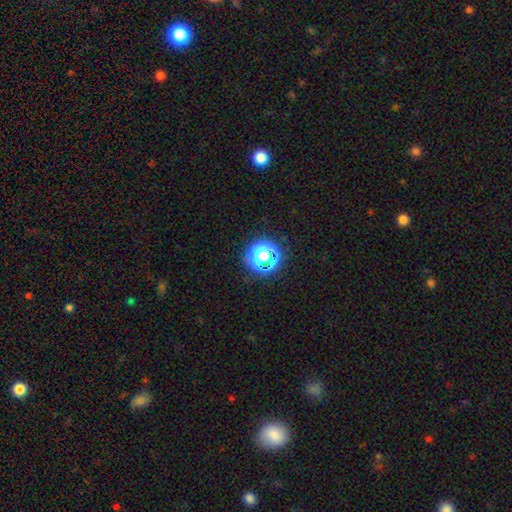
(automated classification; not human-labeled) Smooth or featured? Predicted: star or artifact (p=0.52).